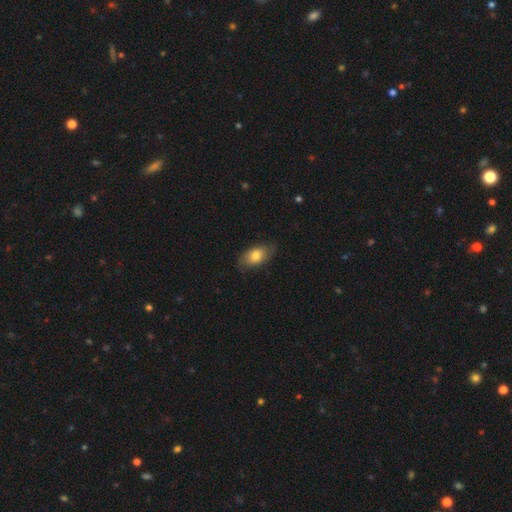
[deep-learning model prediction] Smooth or featured? Predicted: smooth (p=0.74). How rounded? Predicted: in between (p=0.90). Merging? Predicted: none (p=0.76).